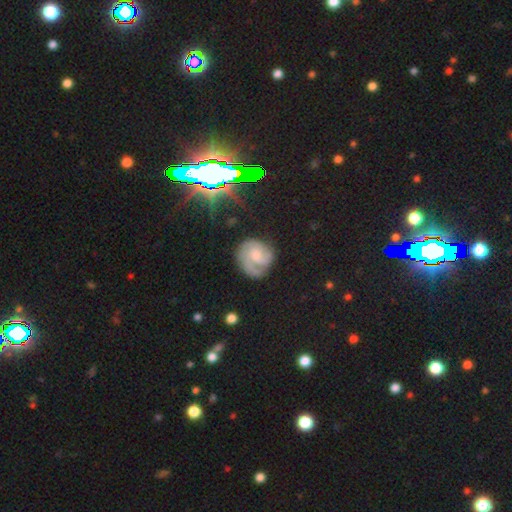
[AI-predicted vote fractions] Smooth or featured? Predicted: featured or disk (p=0.71). Edge-on disk? Predicted: no (p=0.98). Bar? Predicted: no (p=0.63). Spiral arms? Predicted: yes (p=0.93). Spiral winding? Predicted: tight (p=0.50). Spiral arm count? Predicted: 2 (p=0.37). Bulge size? Predicted: small (p=0.42). Merging? Predicted: none (p=0.65).